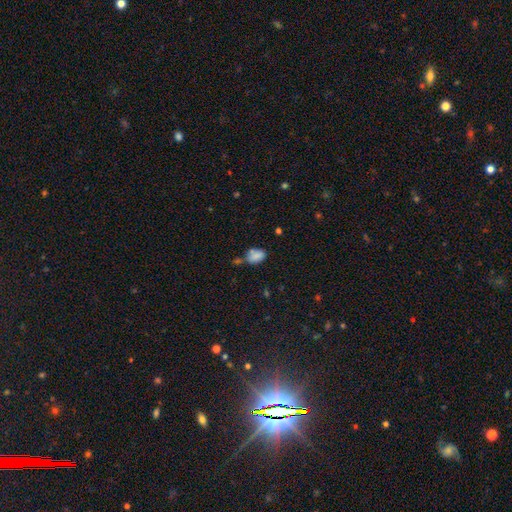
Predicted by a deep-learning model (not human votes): Smooth or featured?
  - smooth: 79% *
  - star or artifact: 11%
  - featured or disk: 10%
How rounded?
  - in between: 81% *
  - round: 17%
  - cigar-shaped: 2%
Merging?
  - none: 48% *
  - minor disturbance: 23%
  - merger: 21%
  - major disturbance: 8%